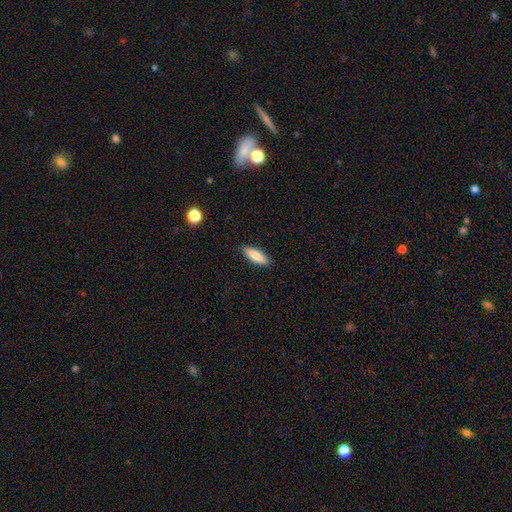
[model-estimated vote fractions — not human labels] This is likely a smooth galaxy (80%). How rounded: possibly in between (59%). Merging: clearly none (88%).